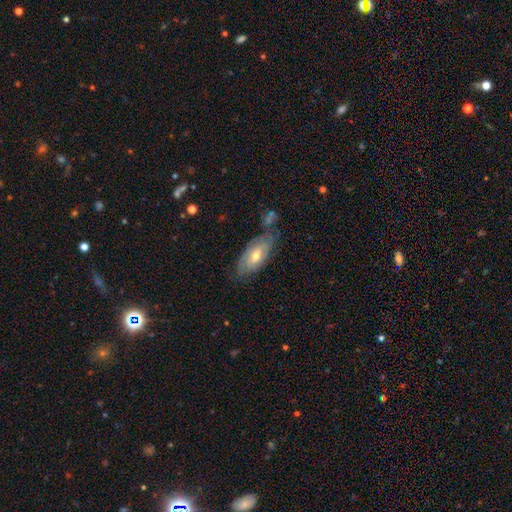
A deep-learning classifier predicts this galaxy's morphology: This is possibly a featured or disk galaxy (55%). It is clearly not viewed edge-on (83%). Merging: possibly none (57%).